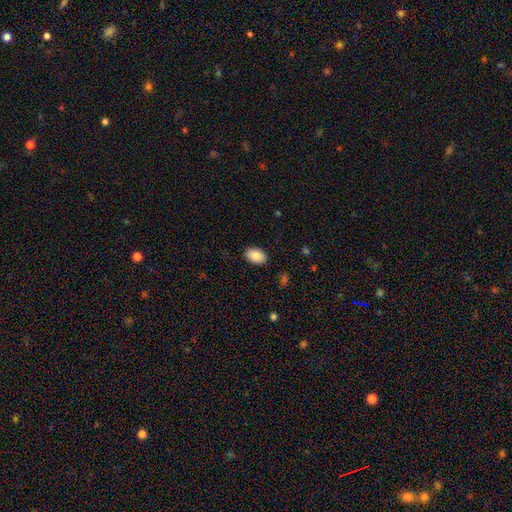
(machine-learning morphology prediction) smooth-or-featured: smooth: 90% | star or artifact: 7% | featured or disk: 4%
  how-rounded: in between: 90% | round: 9% | cigar-shaped: 1%
  merging: none: 88% | minor disturbance: 9% | major disturbance: 2% | merger: 1%